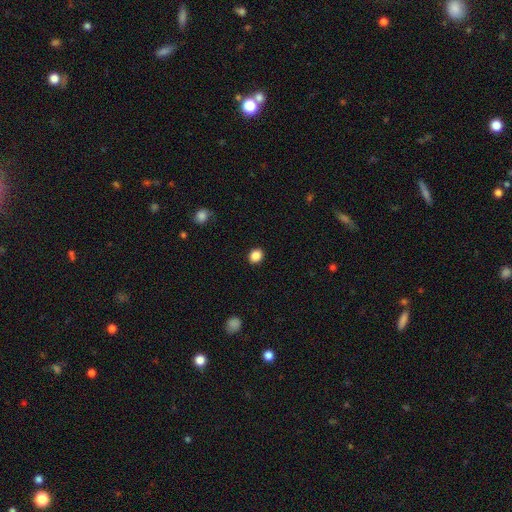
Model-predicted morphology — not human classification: type=smooth (87%); roundness=round (69%); merging=none (91%).